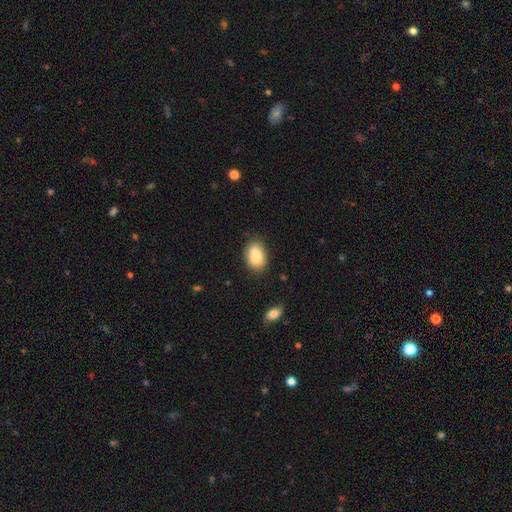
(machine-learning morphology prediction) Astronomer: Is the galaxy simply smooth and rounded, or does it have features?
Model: smooth — 86%.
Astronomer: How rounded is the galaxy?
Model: in between — 83%.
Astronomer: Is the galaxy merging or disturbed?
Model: none — 79%.